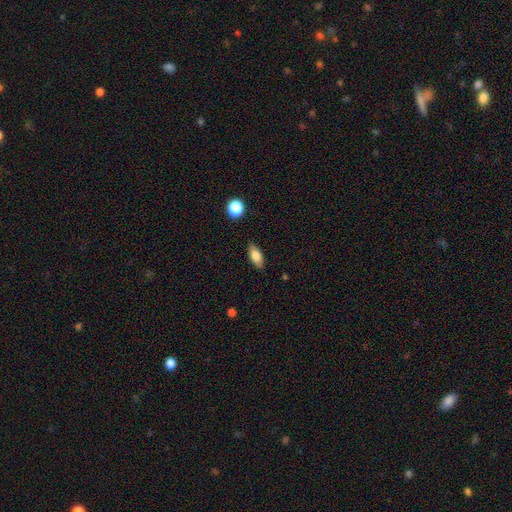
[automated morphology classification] A smooth galaxy with no disk features (76%) that is in between round and cigar-shaped (84%). Merging: none (85%).